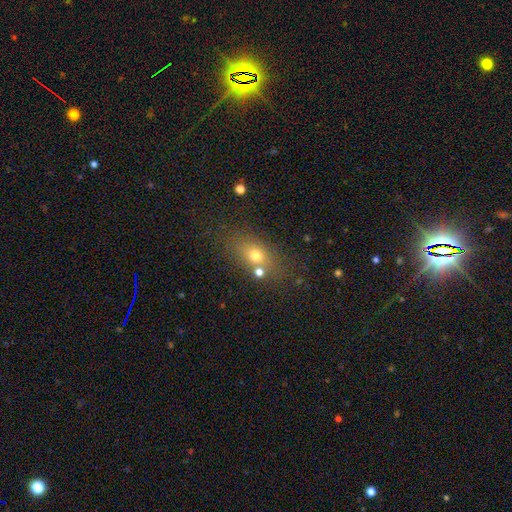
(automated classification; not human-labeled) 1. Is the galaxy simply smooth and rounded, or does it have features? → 68% smooth, 17% featured or disk, 15% star or artifact.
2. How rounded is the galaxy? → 64% in between, 31% round, 5% cigar-shaped.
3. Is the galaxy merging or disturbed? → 67% none, 15% merger, 13% minor disturbance, 6% major disturbance.